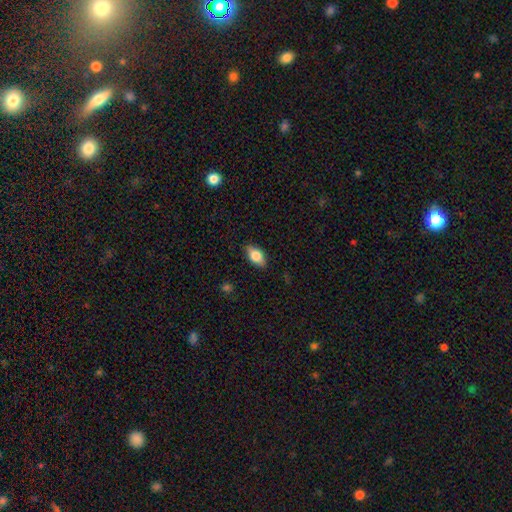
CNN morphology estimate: smooth 79%, featured or disk 14%, star or artifact 7%. Down the decision tree: how rounded — in between (89%); merging — none (85%).